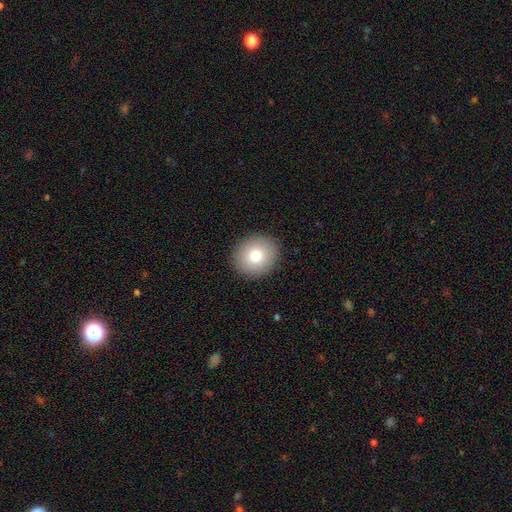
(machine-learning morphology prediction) Smooth or featured? smooth (78%)
How rounded? round (80%)
Merging? none (91%)